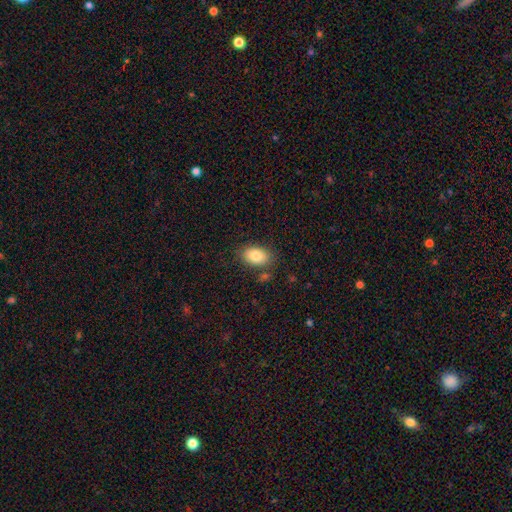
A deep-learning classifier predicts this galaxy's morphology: smooth-or-featured: smooth: 83% | featured or disk: 9% | star or artifact: 8%
  how-rounded: in between: 90% | round: 9% | cigar-shaped: 1%
  merging: none: 81% | minor disturbance: 12% | merger: 4% | major disturbance: 3%